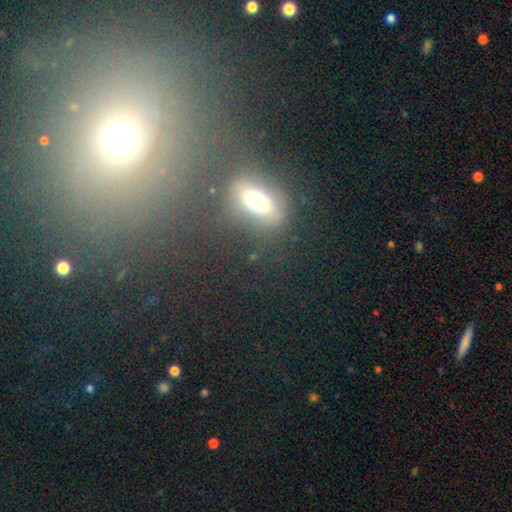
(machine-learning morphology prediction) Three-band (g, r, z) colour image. It shows a smooth galaxy with no disk features (52%) that is in between round and cigar-shaped (67%). Merging: none (73%).